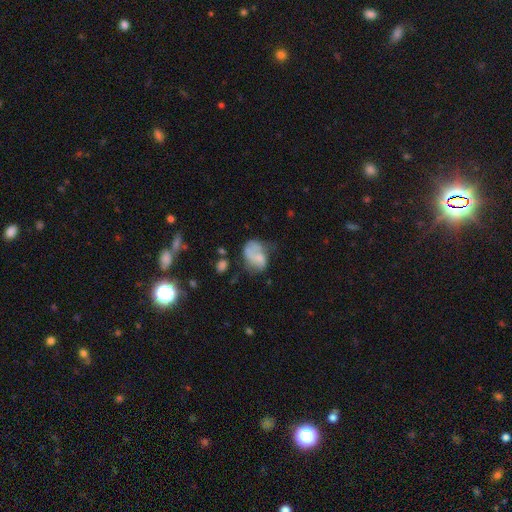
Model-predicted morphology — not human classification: Smooth or featured: smooth — 52% (featured or disk — 39%)
How rounded: in between — 74% (round — 25%)
Merging: major disturbance — 33% (minor disturbance — 27%)